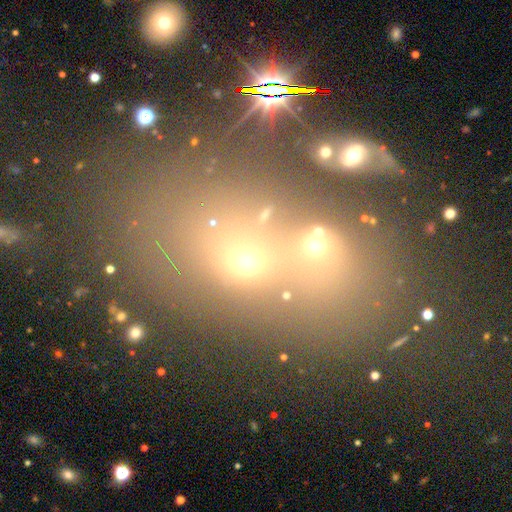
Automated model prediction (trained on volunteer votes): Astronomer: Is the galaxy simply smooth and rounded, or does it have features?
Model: smooth — 40% (runner-up: star or artifact, 38%).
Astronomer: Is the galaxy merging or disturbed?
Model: none — 43% (runner-up: merger, 39%).